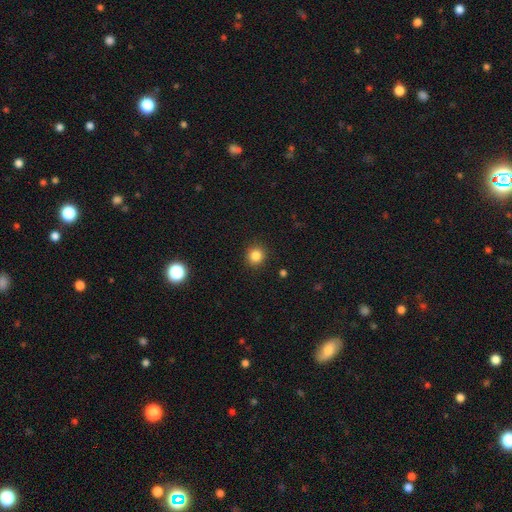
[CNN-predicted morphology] This appears to be a smooth galaxy with no disk features (84%) that is round (91%). Merging: none (91%).